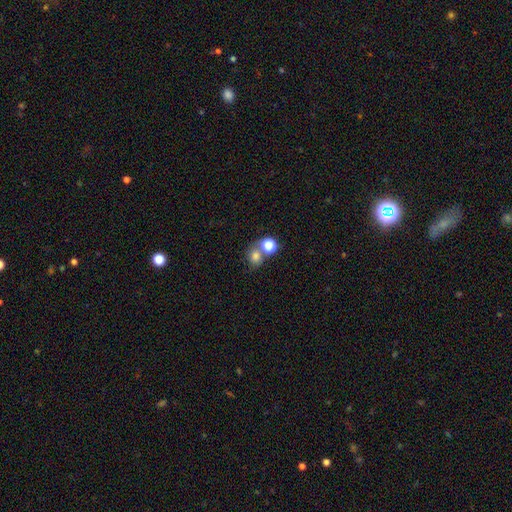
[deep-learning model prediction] smooth 75%, star or artifact 14%, featured or disk 11%. Down the decision tree: how rounded — round (70%); merging — none (46%).